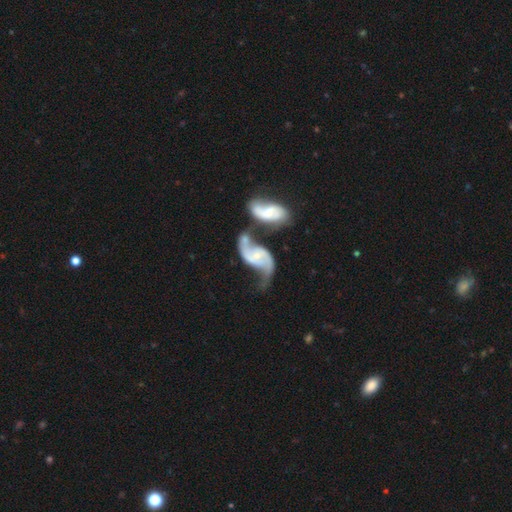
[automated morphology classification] smooth_or_featured: featured or disk (p=0.87) [alt: smooth p=0.08]
disk_edge_on: no (p=0.96) [alt: yes p=0.04]
bar: no (p=0.50) [alt: weak p=0.36]
has_spiral_arms: yes (p=0.95) [alt: no p=0.05]
spiral_winding: loose (p=0.61) [alt: medium p=0.30]
spiral_arm_count: 2 (p=0.90) [alt: can't tell p=0.04]
bulge_size: small (p=0.60) [alt: moderate p=0.27]
merging: merger (p=0.57) [alt: none p=0.21]